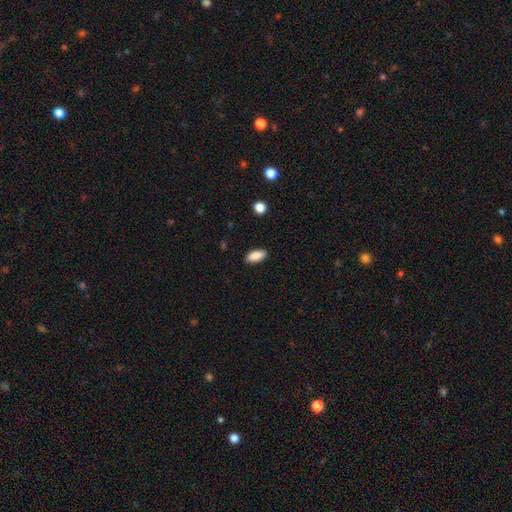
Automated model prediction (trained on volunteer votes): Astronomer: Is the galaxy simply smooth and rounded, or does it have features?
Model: smooth — 89%.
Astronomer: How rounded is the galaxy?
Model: in between — 89%.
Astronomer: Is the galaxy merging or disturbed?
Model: none — 89%.